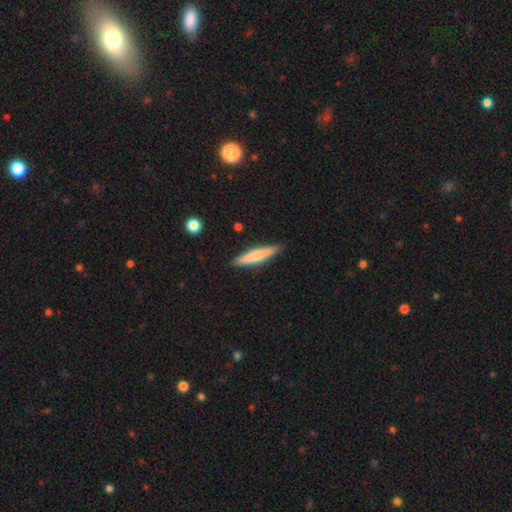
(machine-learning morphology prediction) Smooth or featured? Predicted: smooth (p=0.62). How rounded? Predicted: cigar-shaped (p=0.90). Merging? Predicted: none (p=0.89).